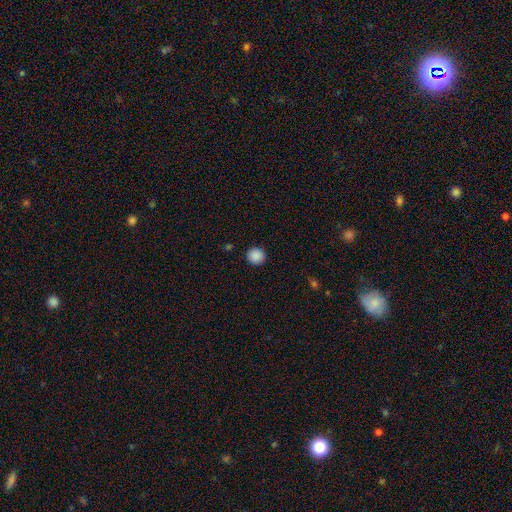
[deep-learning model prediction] Q: Smooth or featured?
A: smooth (89%); runner-up: star or artifact (9%)
Q: How rounded?
A: round (93%); runner-up: in between (6%)
Q: Merging?
A: none (92%); runner-up: minor disturbance (5%)